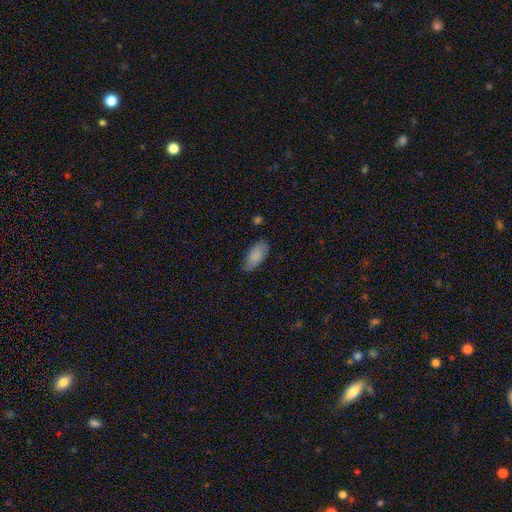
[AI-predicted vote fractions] Smooth or featured?
  - smooth: 83% *
  - featured or disk: 10%
  - star or artifact: 7%
How rounded?
  - in between: 91% *
  - cigar-shaped: 7%
  - round: 2%
Merging?
  - none: 66% *
  - minor disturbance: 27%
  - major disturbance: 6%
  - merger: 2%